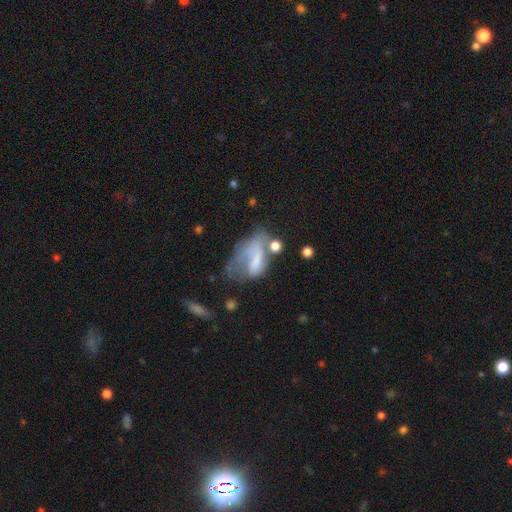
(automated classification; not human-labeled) This is marginally a smooth galaxy (45%). Merging: possibly major disturbance (45%).